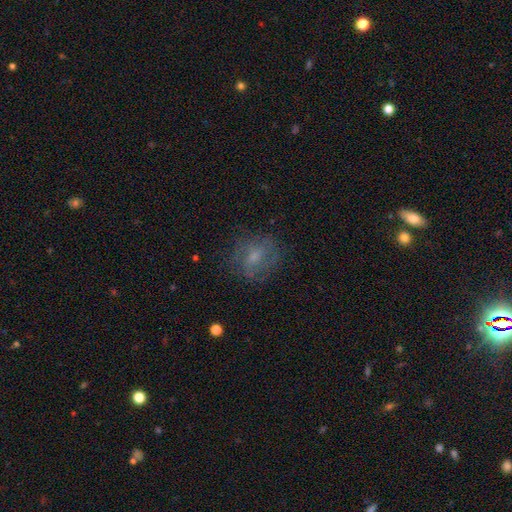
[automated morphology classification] This appears to be a featured or disk galaxy (45%). Merging: none (67%).